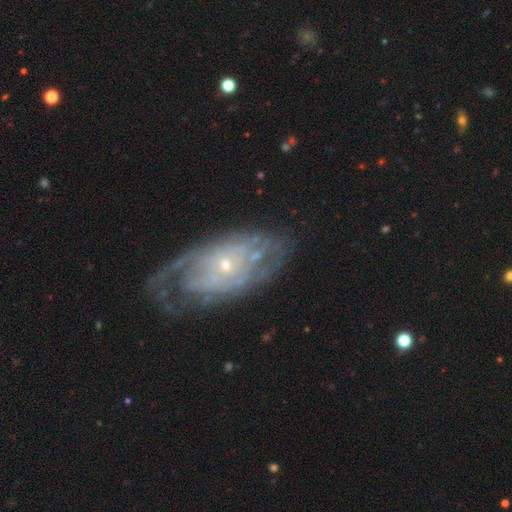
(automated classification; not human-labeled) A featured or disk galaxy (78%) with no bar (82%), tight (62%) spiral arms (75%) and a small central bulge (68%).

Vote fractions:
- Smooth or featured? featured or disk: 78% / smooth: 15% / star or artifact: 7%
- Edge-on disk? no: 93% / yes: 7%
- Bar? no: 82% / weak: 15% / strong: 3%
- Spiral arms? yes: 75% / no: 25%
- Spiral winding? tight: 62% / medium: 26% / loose: 12%
- Spiral arm count? can't tell: 56% / 2: 18% / 3: 8% / 4: 6% / 1: 6% / more than 4: 5%
- Bulge size? small: 68% / moderate: 29% / large: 1% / none: 1% / dominant: 1%
- Merging? none: 63% / minor disturbance: 21% / major disturbance: 13% / merger: 3%